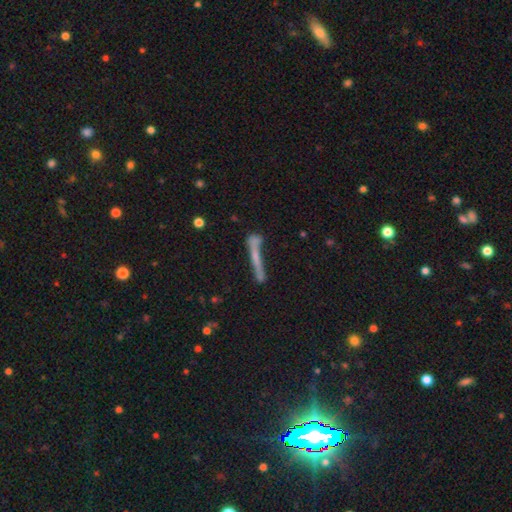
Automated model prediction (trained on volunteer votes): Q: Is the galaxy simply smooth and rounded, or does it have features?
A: smooth — 46%.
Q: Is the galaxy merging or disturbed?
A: none — 56%.